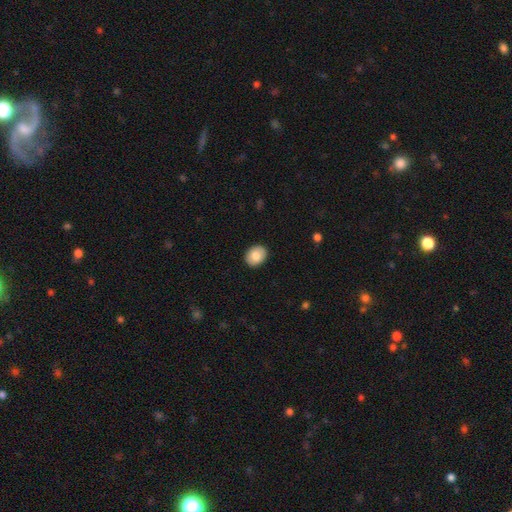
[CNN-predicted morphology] smooth_or_featured: smooth (p=0.82) [alt: featured or disk p=0.11]
how_rounded: in between (p=0.56) [alt: round p=0.43]
merging: none (p=0.90) [alt: minor disturbance p=0.07]